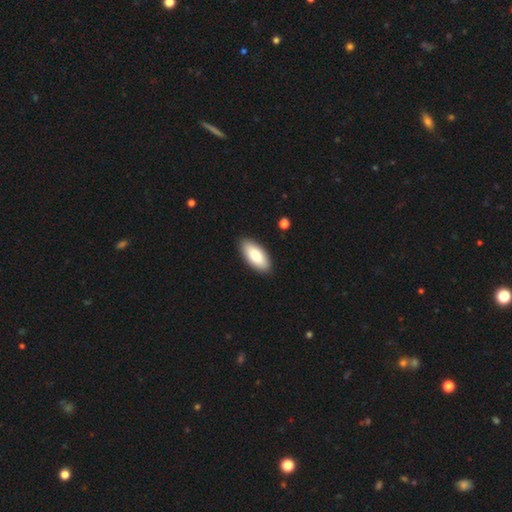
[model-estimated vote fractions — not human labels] A smooth galaxy with no disk features (82%) that is in between round and cigar-shaped (90%). Merging: none (90%).